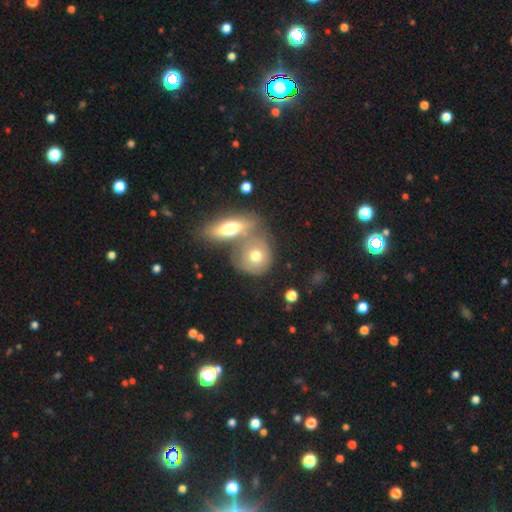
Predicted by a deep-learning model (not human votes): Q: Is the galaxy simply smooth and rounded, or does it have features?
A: smooth — 65%.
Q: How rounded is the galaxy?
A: round — 65%.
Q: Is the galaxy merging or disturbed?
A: merger — 45%.